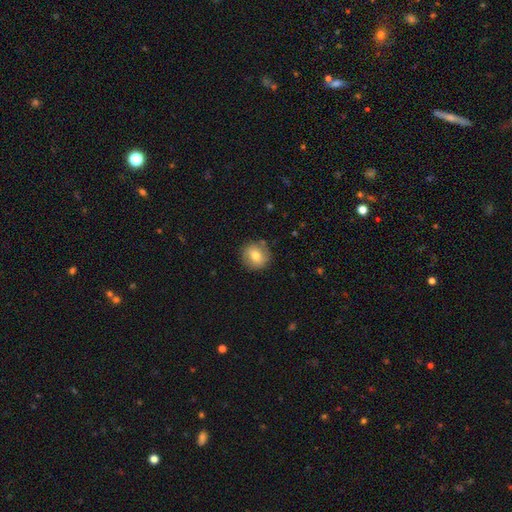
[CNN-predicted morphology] smooth_or_featured: smooth (p=0.76) [alt: featured or disk p=0.16]
how_rounded: round (p=0.90) [alt: in between p=0.09]
merging: none (p=0.85) [alt: minor disturbance p=0.10]